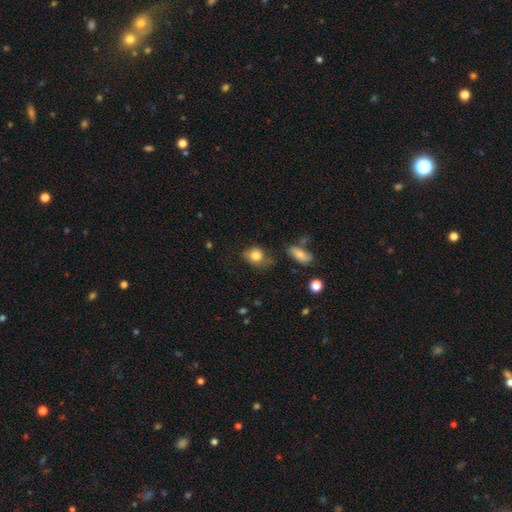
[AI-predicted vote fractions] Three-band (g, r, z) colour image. It shows a smooth galaxy with no disk features (82%) that is in between round and cigar-shaped (52%). Merging: none (53%).